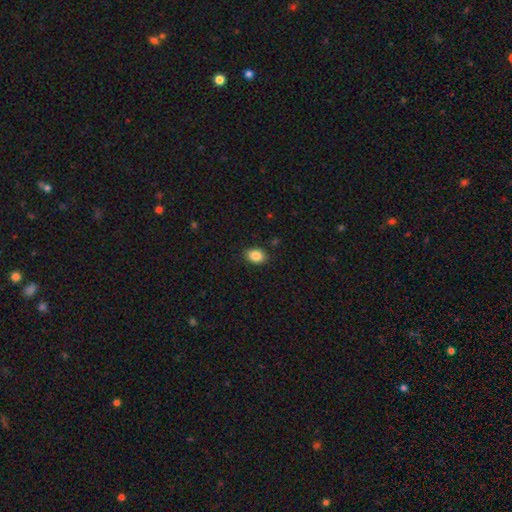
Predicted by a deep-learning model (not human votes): smooth-or-featured: smooth: 86% | star or artifact: 8% | featured or disk: 5%
  how-rounded: in between: 74% | round: 25% | cigar-shaped: 1%
  merging: none: 87% | minor disturbance: 10% | major disturbance: 2% | merger: 1%